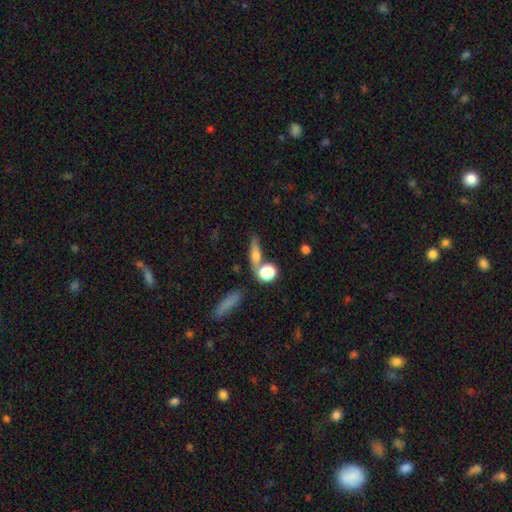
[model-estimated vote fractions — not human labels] This is possibly a smooth galaxy (56%). How rounded: possibly cigar-shaped (50%). Merging: likely none (63%).